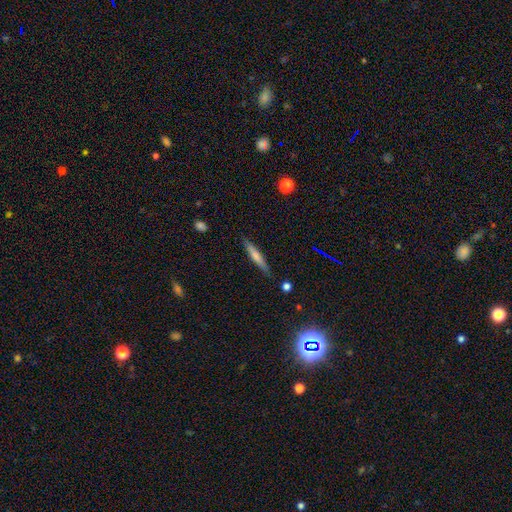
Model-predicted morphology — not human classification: Q: Smooth or featured?
A: smooth (62%); runner-up: featured or disk (32%)
Q: How rounded?
A: cigar-shaped (92%); runner-up: in between (7%)
Q: Merging?
A: none (86%); runner-up: minor disturbance (10%)